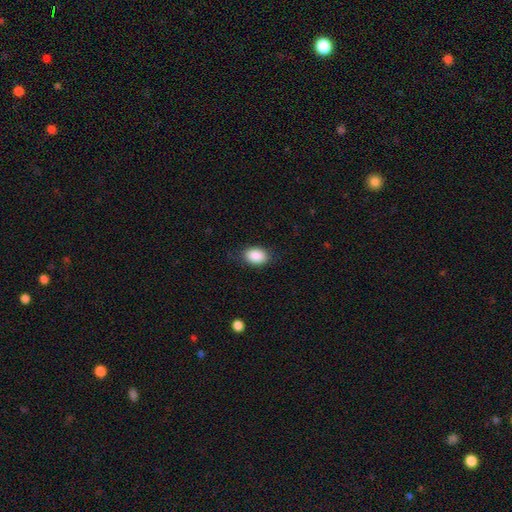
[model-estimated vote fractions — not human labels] Smooth or featured? smooth (90%)
How rounded? in between (78%)
Merging? none (84%)